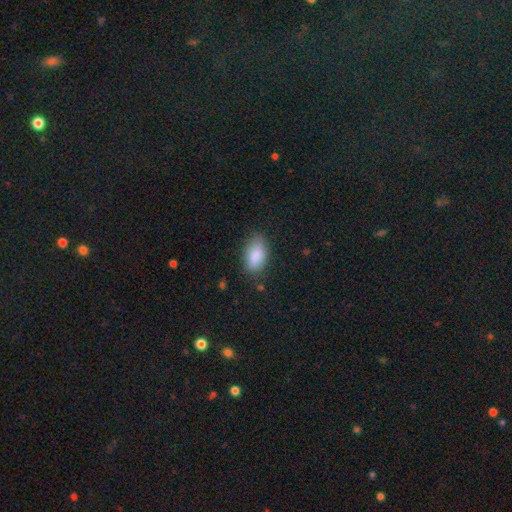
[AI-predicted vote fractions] Smooth or featured?
  - smooth: 87% *
  - star or artifact: 7%
  - featured or disk: 6%
How rounded?
  - in between: 92% *
  - round: 4%
  - cigar-shaped: 4%
Merging?
  - none: 78% *
  - minor disturbance: 16%
  - major disturbance: 4%
  - merger: 1%